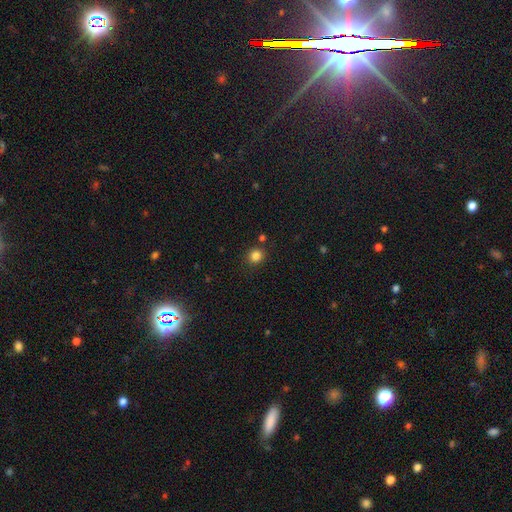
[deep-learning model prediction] A smooth galaxy with no disk features (83%) that is round (84%).

Vote fractions:
- Smooth or featured? smooth: 83% / star or artifact: 12% / featured or disk: 4%
- How rounded? round: 84% / in between: 15% / cigar-shaped: 1%
- Merging? none: 85% / minor disturbance: 8% / merger: 4% / major disturbance: 3%